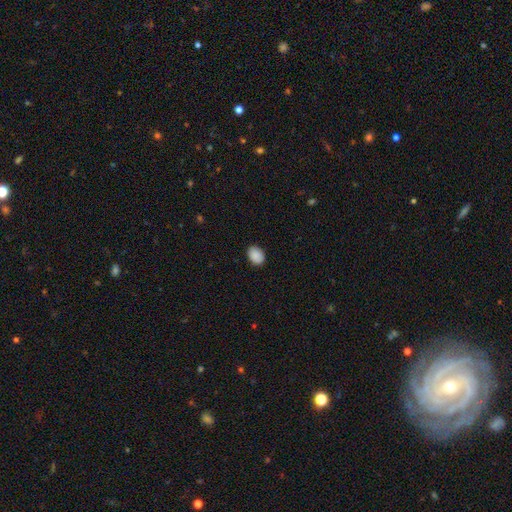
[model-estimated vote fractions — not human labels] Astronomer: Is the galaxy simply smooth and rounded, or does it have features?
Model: smooth — 89%.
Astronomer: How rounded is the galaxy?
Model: in between — 68%.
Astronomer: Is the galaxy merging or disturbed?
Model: none — 86%.